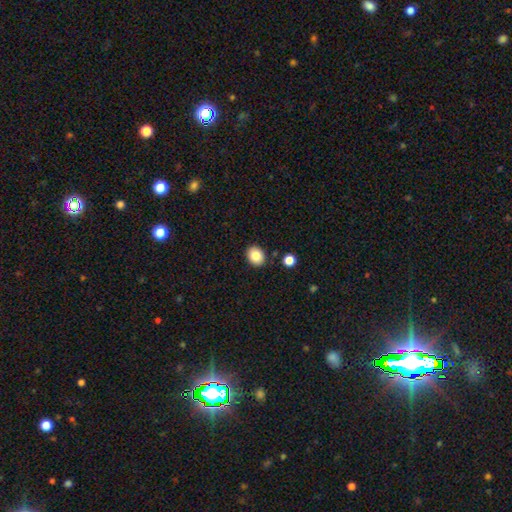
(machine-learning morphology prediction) A smooth galaxy with no disk features (85%) that is round (50%). Merging: none (88%).